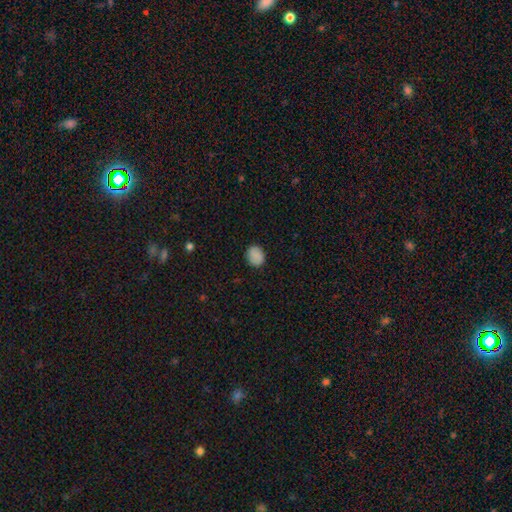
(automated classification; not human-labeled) The model was most divided on "how rounded": round: 55%, in between: 44%, cigar-shaped: 1%. More confident: smooth or featured — smooth (88%); merging — none (87%).